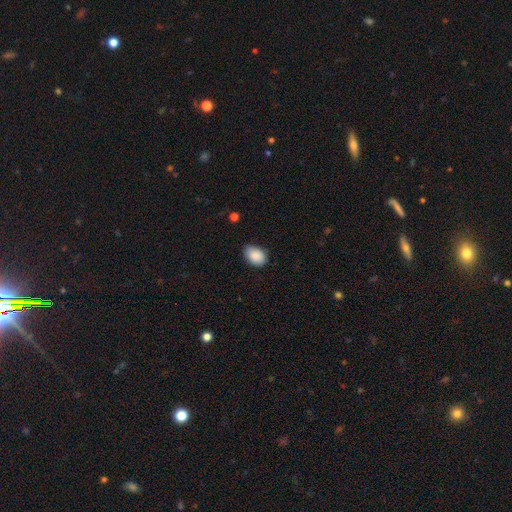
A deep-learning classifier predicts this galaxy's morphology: The model was most divided on "merging": none: 76%, minor disturbance: 20%, major disturbance: 3%, merger: 1%. More confident: smooth or featured — smooth (89%); how rounded — in between (84%).